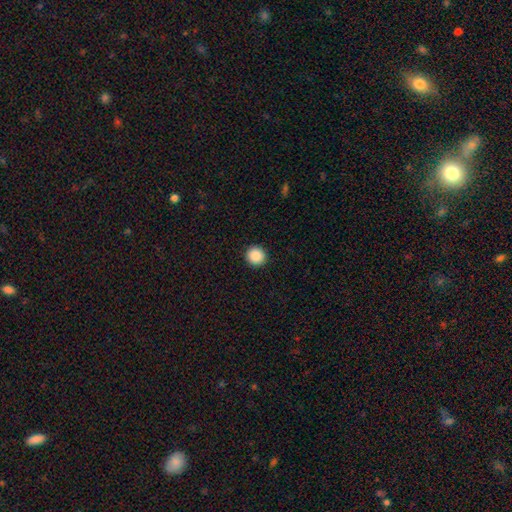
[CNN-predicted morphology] Q: Smooth or featured?
A: smooth (89%); runner-up: star or artifact (9%)
Q: How rounded?
A: round (95%); runner-up: in between (4%)
Q: Merging?
A: none (93%); runner-up: minor disturbance (4%)